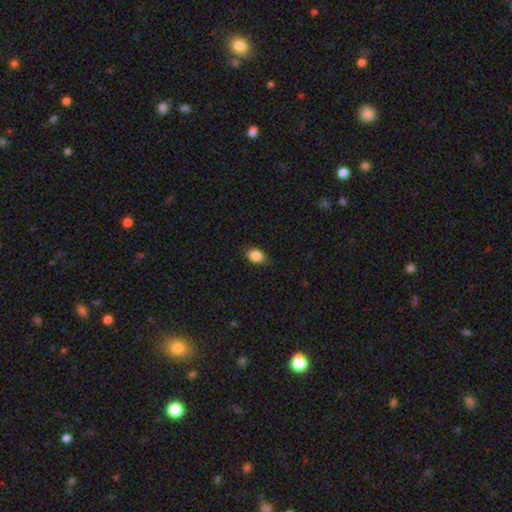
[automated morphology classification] Smooth or featured? Predicted: smooth (p=0.86). How rounded? Predicted: in between (p=0.66). Merging? Predicted: none (p=0.80).